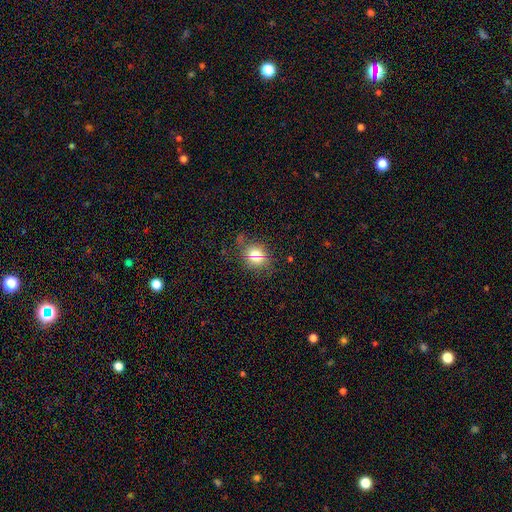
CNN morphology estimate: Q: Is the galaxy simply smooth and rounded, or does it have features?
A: smooth — 72%.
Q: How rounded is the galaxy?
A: round — 59%.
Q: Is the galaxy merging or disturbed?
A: none — 74%.